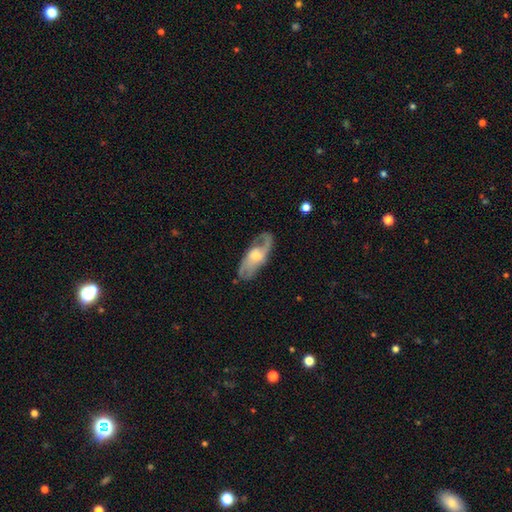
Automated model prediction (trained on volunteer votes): A featured or disk galaxy (75%) with no bar (58%), 2 (72%) medium (46%) spiral arms (89%) and a moderate central bulge (55%).

Vote fractions:
- Smooth or featured? featured or disk: 75% / smooth: 20% / star or artifact: 5%
- Edge-on disk? no: 88% / yes: 12%
- Bar? no: 58% / weak: 35% / strong: 7%
- Spiral arms? yes: 89% / no: 11%
- Spiral winding? medium: 46% / loose: 33% / tight: 21%
- Spiral arm count? 2: 72% / can't tell: 14% / 1: 7% / 3: 5% / 4: 2% / more than 4: 2%
- Bulge size? moderate: 55% / large: 20% / small: 18% / none: 5% / dominant: 2%
- Merging? none: 72% / minor disturbance: 18% / major disturbance: 9% / merger: 1%